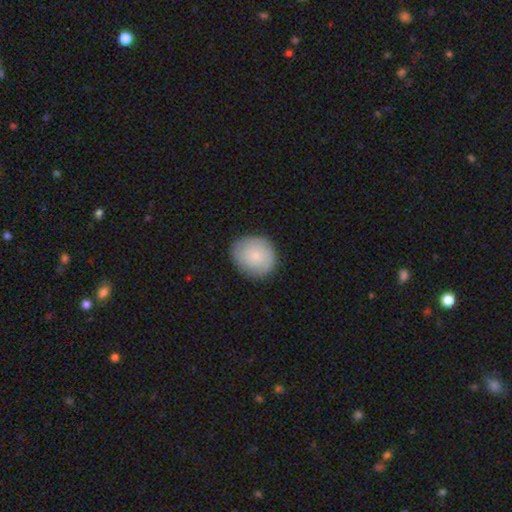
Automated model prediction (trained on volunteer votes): This appears to be a smooth galaxy with no disk features (73%) that is round (74%). Merging: none (83%).